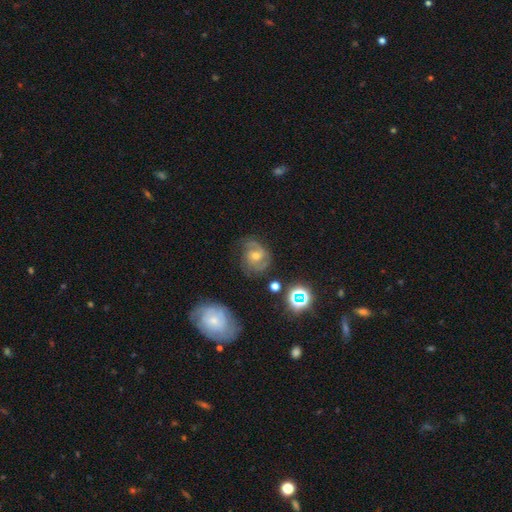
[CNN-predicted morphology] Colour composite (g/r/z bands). It shows a featured or disk galaxy (71%) with no bar (55%), 2 (43%) medium (44%) spiral arms (92%) and a moderate central bulge (55%). Merging: none (62%).